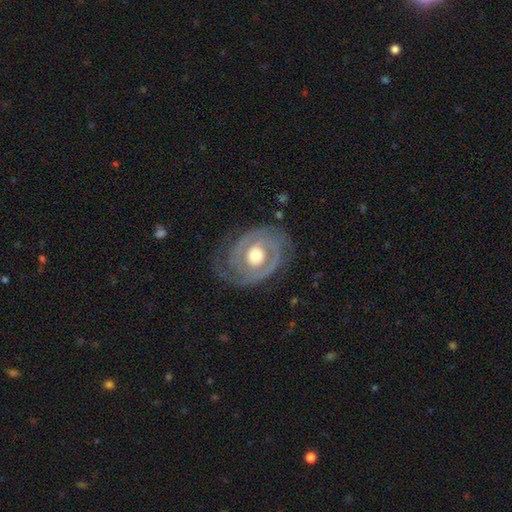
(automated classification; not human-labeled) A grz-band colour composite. It shows a featured or disk galaxy (83%) with no bar (79%), 2 (58%) tight (64%) spiral arms (83%) and a moderate central bulge (66%). Merging: none (72%).